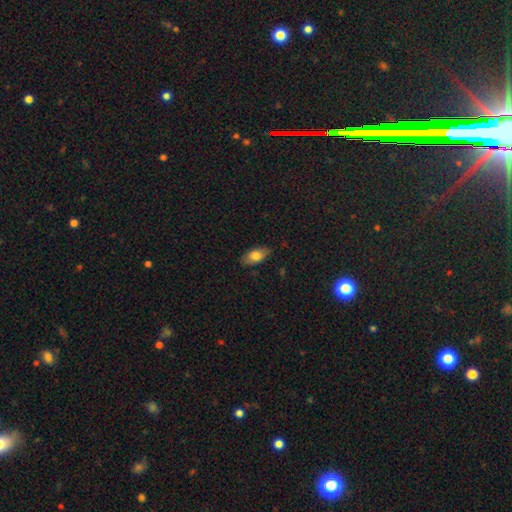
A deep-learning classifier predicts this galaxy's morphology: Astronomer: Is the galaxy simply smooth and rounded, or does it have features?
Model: smooth — 77%.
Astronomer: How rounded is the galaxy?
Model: in between — 89%.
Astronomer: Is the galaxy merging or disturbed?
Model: none — 84%.